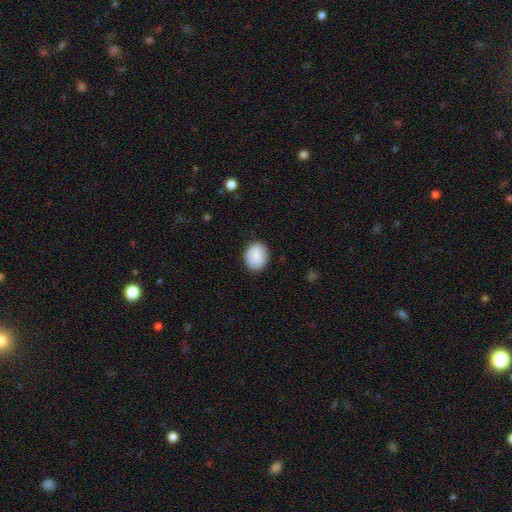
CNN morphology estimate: Smooth or featured? Predicted: smooth (p=0.86). How rounded? Predicted: round (p=0.60). Merging? Predicted: none (p=0.87).